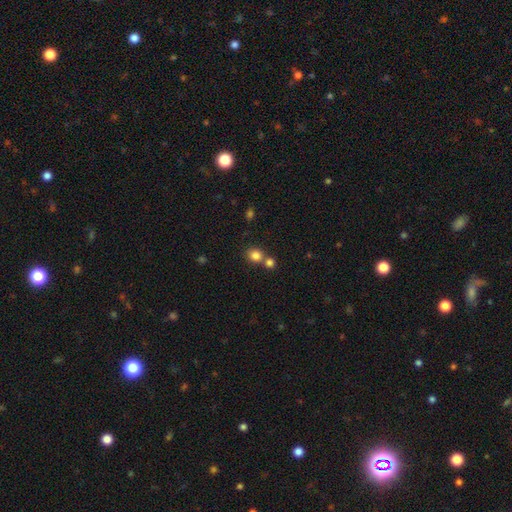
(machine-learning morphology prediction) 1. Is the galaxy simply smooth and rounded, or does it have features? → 82% smooth, 12% star or artifact, 6% featured or disk.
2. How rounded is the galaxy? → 80% round, 19% in between, 1% cigar-shaped.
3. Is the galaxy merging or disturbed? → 55% none, 35% merger, 7% minor disturbance, 3% major disturbance.